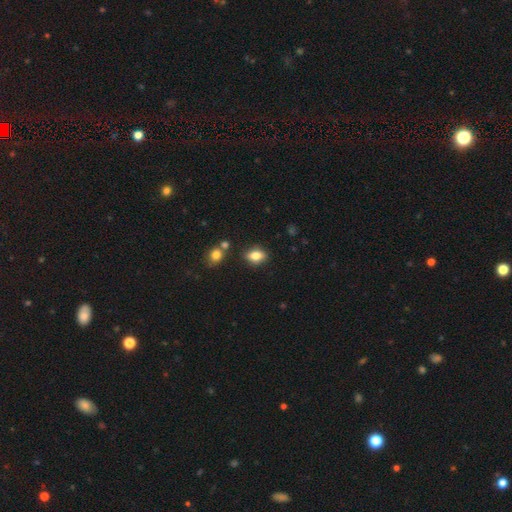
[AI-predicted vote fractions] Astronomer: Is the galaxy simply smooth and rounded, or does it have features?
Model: smooth — 79%.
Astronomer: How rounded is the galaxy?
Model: in between — 77%.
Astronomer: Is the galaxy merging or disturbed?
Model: none — 82%.